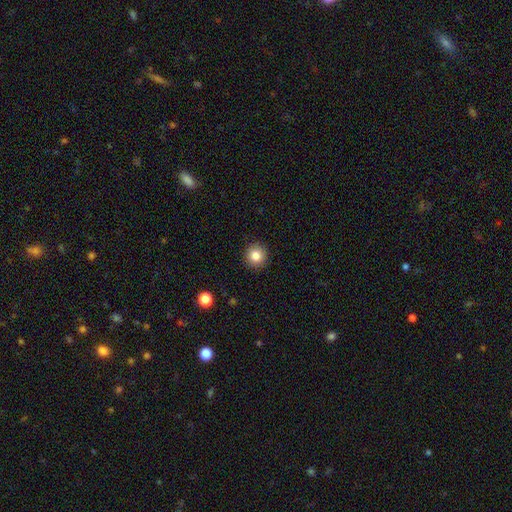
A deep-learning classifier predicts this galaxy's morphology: smooth_or_featured: smooth (p=0.84) [alt: star or artifact p=0.10]
how_rounded: round (p=0.94) [alt: in between p=0.05]
merging: none (p=0.92) [alt: minor disturbance p=0.06]